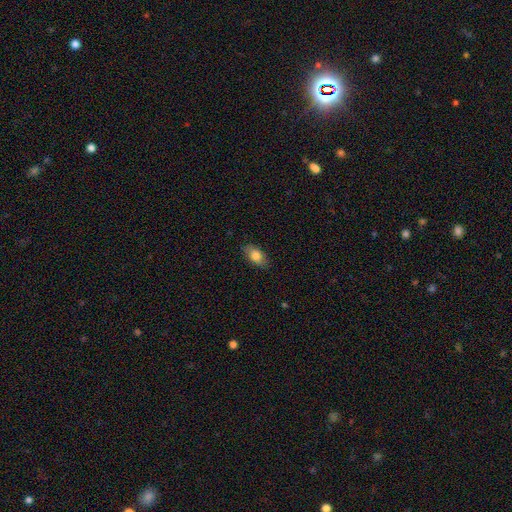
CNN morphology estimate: Overall: smooth (81%). How rounded: in between (90%). Merging: none (84%).